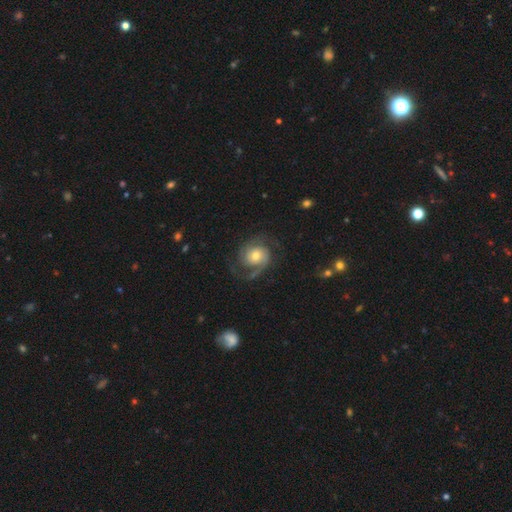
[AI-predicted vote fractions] Smooth or featured: featured or disk — 87% (smooth — 8%)
Edge-on disk: no — 98% (yes — 2%)
Bar: no — 72% (weak — 23%)
Spiral arms: yes — 97% (no — 3%)
Spiral winding: medium — 48% (tight — 34%)
Spiral arm count: 2 — 83% (3 — 6%)
Bulge size: moderate — 60% (small — 27%)
Merging: none — 75% (minor disturbance — 14%)